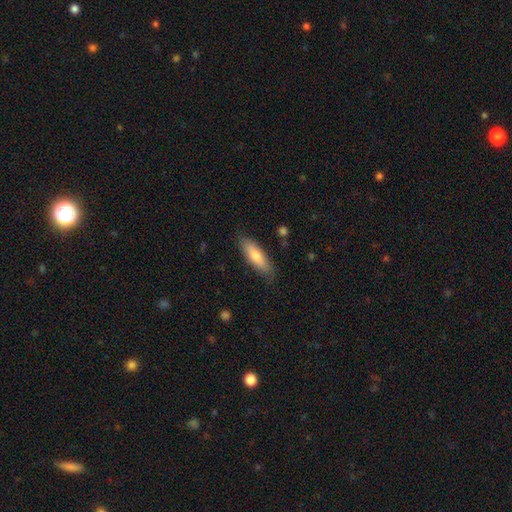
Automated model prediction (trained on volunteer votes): The model was most divided on "how rounded": cigar-shaped: 52%, in between: 46%, round: 2%. More confident: merging — none (82%); smooth or featured — smooth (74%).